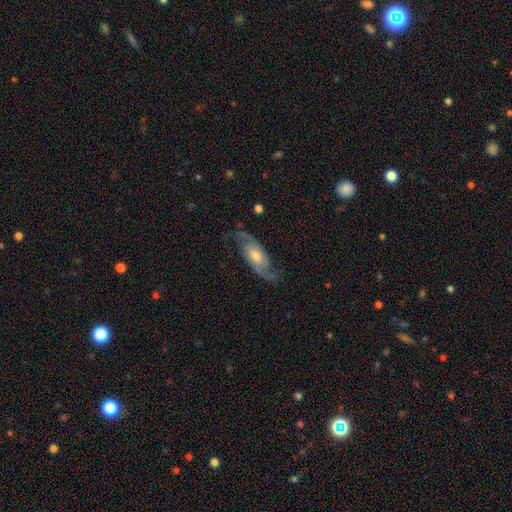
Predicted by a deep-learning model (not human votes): Q: Smooth or featured?
A: featured or disk (86%); runner-up: smooth (9%)
Q: Edge-on disk?
A: no (93%); runner-up: yes (7%)
Q: Bar?
A: no (57%); runner-up: weak (35%)
Q: Spiral arms?
A: yes (97%); runner-up: no (3%)
Q: Spiral winding?
A: medium (51%); runner-up: loose (27%)
Q: Spiral arm count?
A: 2 (92%); runner-up: can't tell (3%)
Q: Bulge size?
A: moderate (63%); runner-up: small (23%)
Q: Merging?
A: none (79%); runner-up: minor disturbance (14%)